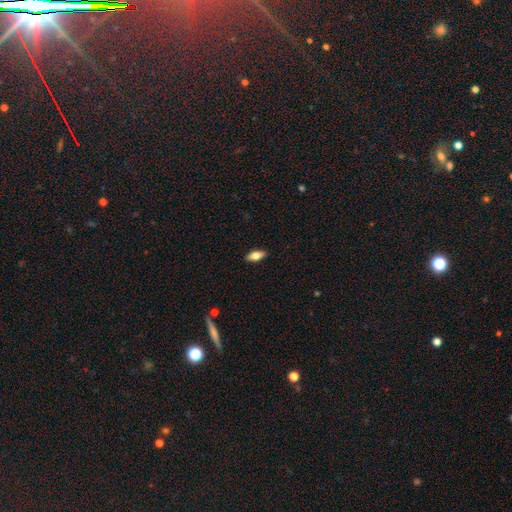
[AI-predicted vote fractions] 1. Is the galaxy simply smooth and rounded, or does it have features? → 65% smooth, 27% featured or disk, 7% star or artifact.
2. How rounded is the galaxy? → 80% in between, 17% cigar-shaped, 3% round.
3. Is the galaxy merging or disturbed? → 88% none, 9% minor disturbance, 2% major disturbance, 1% merger.